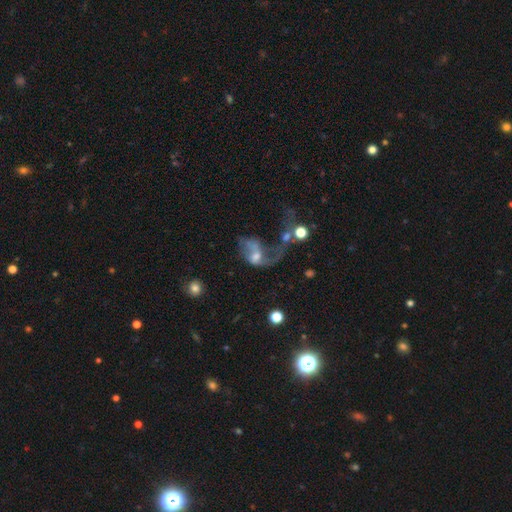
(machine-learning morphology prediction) The model was most divided on "bulge size": moderate: 41%, small: 34%, none: 16%, large: 7%, dominant: 2%. Remaining: edge-on disk — no (96%); bar — no (66%); spiral arms — yes (60%); smooth or featured — featured or disk (59%); merging — major disturbance (45%).